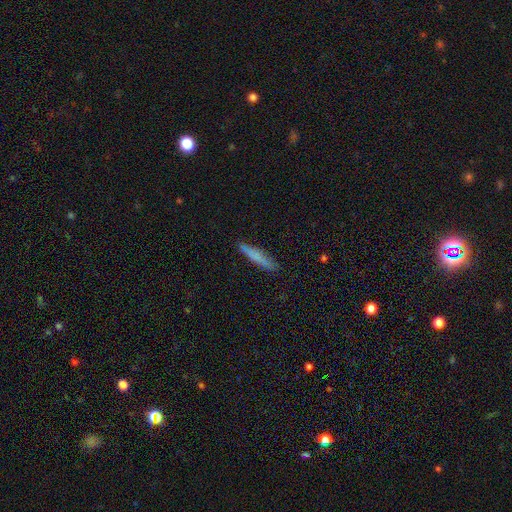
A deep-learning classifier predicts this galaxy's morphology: The model was most divided on "smooth or featured": smooth: 72%, featured or disk: 22%, star or artifact: 7%. More confident: how rounded — cigar-shaped (92%); merging — none (88%).